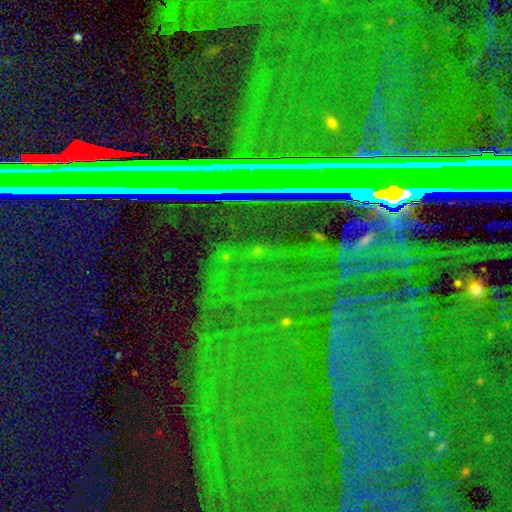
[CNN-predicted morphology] A star or artifact, not a galaxy (85%).